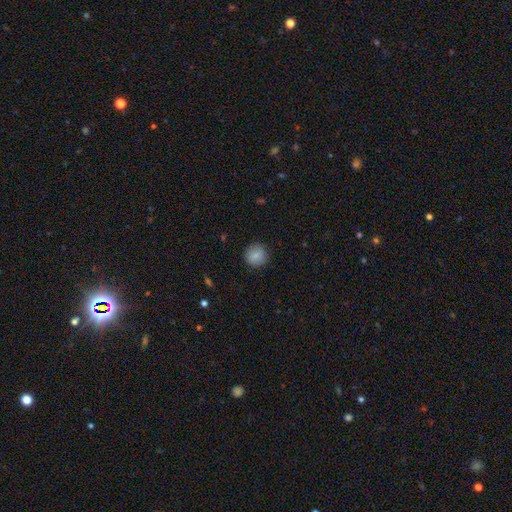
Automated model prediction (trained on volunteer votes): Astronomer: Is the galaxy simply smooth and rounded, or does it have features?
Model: smooth — 85%.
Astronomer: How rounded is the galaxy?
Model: round — 90%.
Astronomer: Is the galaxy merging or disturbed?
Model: none — 87%.